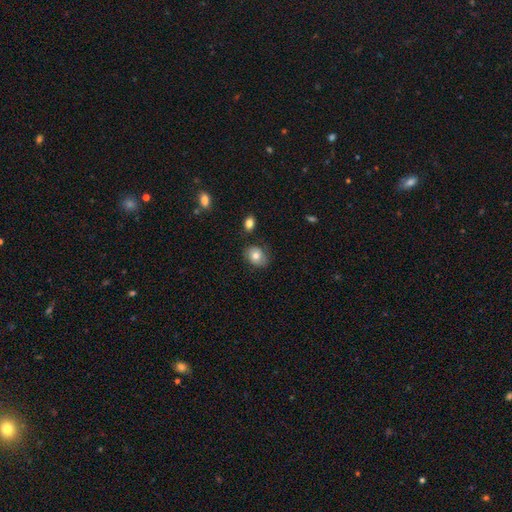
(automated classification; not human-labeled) Smooth or featured?
  - smooth: 76% *
  - featured or disk: 15%
  - star or artifact: 9%
How rounded?
  - in between: 56% *
  - round: 43%
  - cigar-shaped: 1%
Merging?
  - none: 75% *
  - minor disturbance: 17%
  - major disturbance: 4%
  - merger: 3%